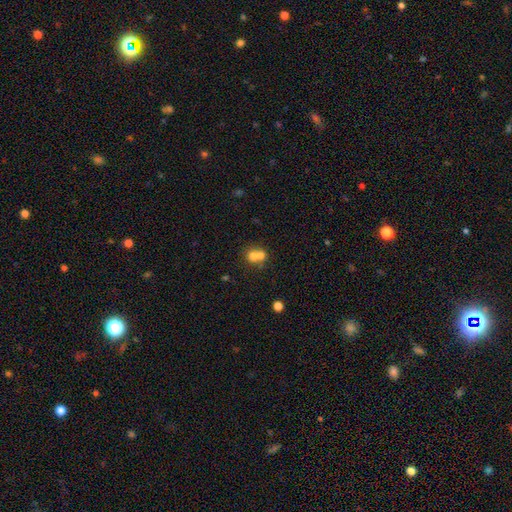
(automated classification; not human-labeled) This is likely a smooth galaxy (69%). How rounded: likely round (79%). Merging: likely merger (63%).